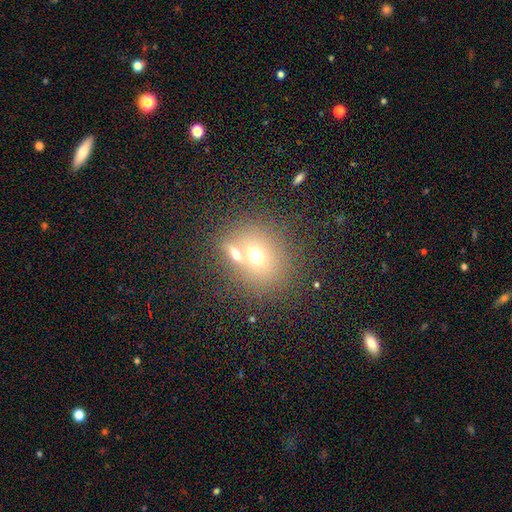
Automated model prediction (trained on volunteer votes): Morphology: type=smooth (63%); roundness=round (71%); merging=none (48%).